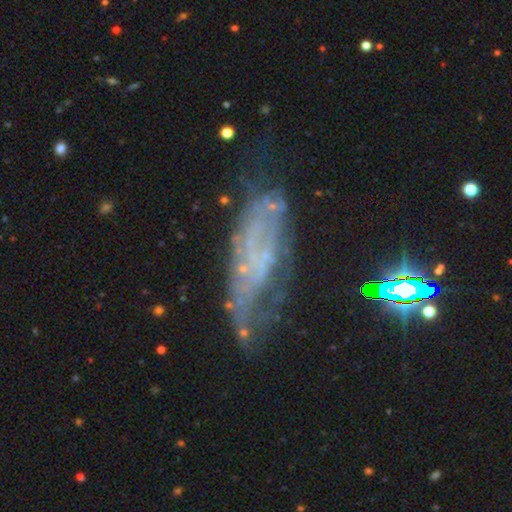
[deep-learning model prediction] A featured or disk galaxy (59%). Merging: none (46%).